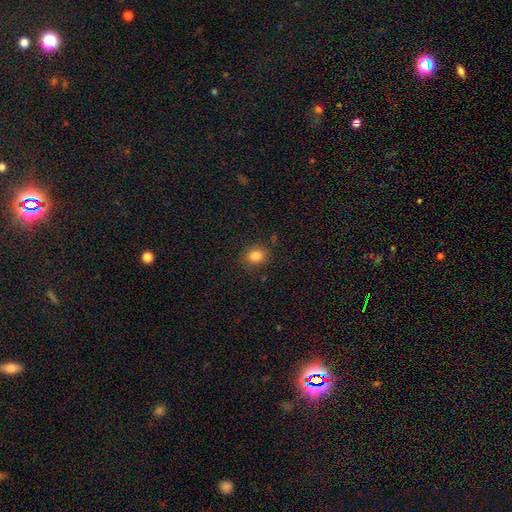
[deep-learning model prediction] Morphology: type=smooth (83%); roundness=round (65%); merging=none (85%).